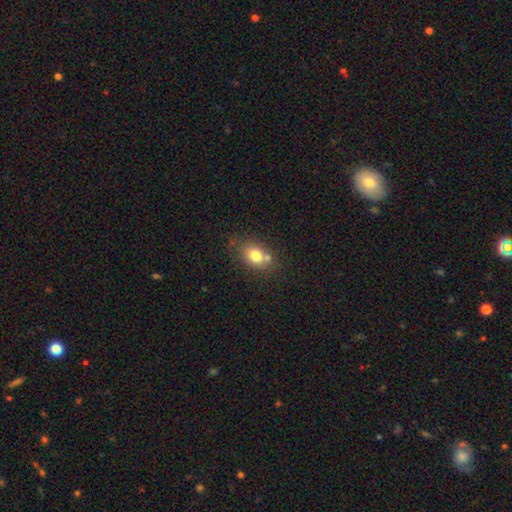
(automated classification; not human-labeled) smooth-or-featured: smooth: 76% | featured or disk: 13% | star or artifact: 11%
  how-rounded: in between: 67% | round: 31% | cigar-shaped: 2%
  merging: none: 63% | merger: 18% | minor disturbance: 15% | major disturbance: 4%